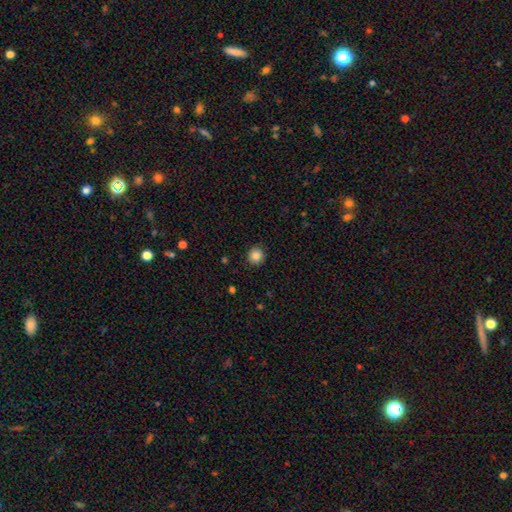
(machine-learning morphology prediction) This appears to be a smooth galaxy with no disk features (85%) that is round (93%). Merging: none (91%).